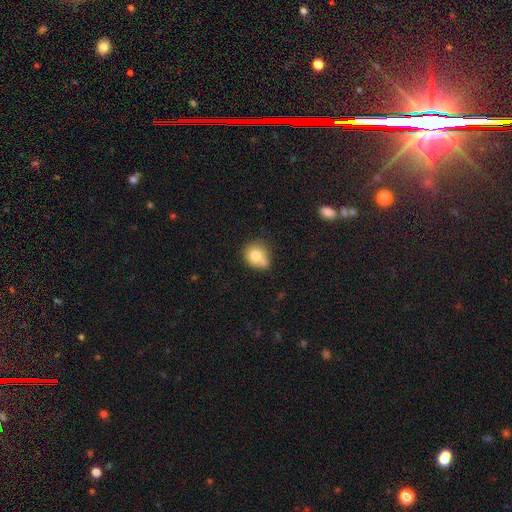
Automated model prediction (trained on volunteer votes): Q: Smooth or featured?
A: smooth (74%); runner-up: featured or disk (16%)
Q: How rounded?
A: round (75%); runner-up: in between (25%)
Q: Merging?
A: none (45%); runner-up: merger (33%)